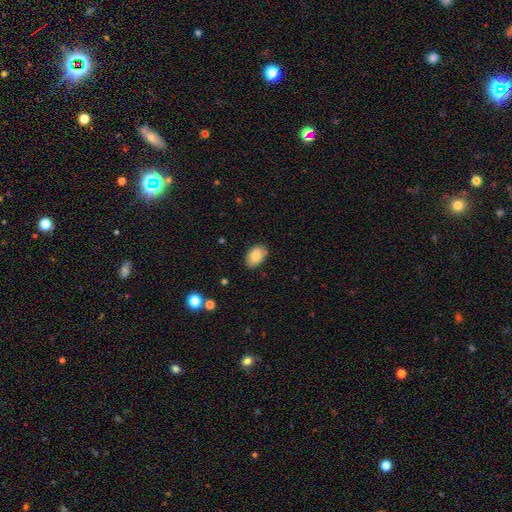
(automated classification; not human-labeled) Morphology: type=smooth (83%); roundness=in between (89%); merging=none (84%).